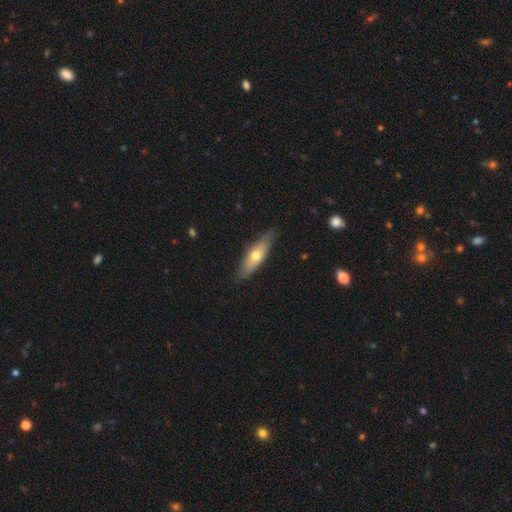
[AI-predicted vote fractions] Overall: smooth (56%; featured or disk 39%). How rounded: cigar-shaped (53%; in between 44%). Merging: none (81%).